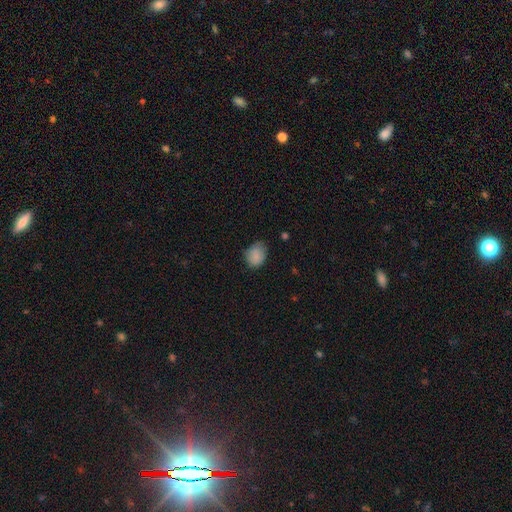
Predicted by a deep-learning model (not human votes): This appears to be a smooth galaxy with no disk features (87%) that is in between round and cigar-shaped (55%). Merging: none (68%).